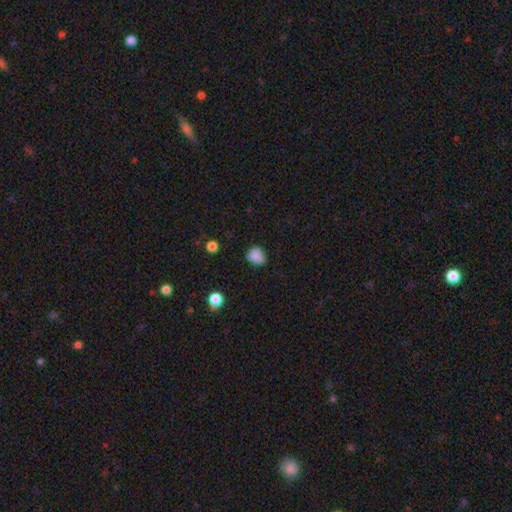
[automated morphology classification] Overall: smooth (85%). How rounded: round (65%; in between 34%). Merging: none (70%).